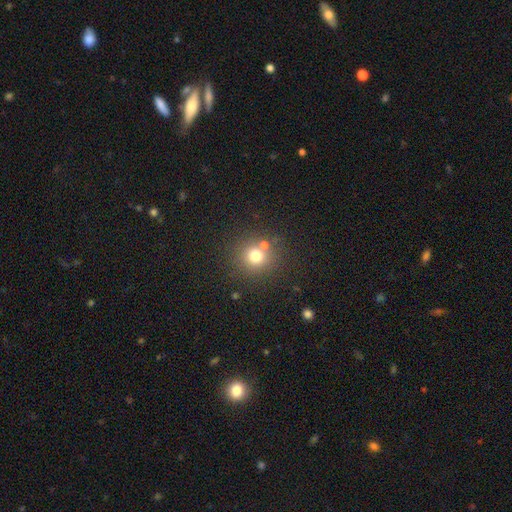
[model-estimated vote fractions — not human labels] Smooth or featured?
  - smooth: 73% *
  - star or artifact: 16%
  - featured or disk: 10%
How rounded?
  - round: 91% *
  - in between: 8%
  - cigar-shaped: 1%
Merging?
  - none: 72% *
  - merger: 15%
  - minor disturbance: 9%
  - major disturbance: 4%